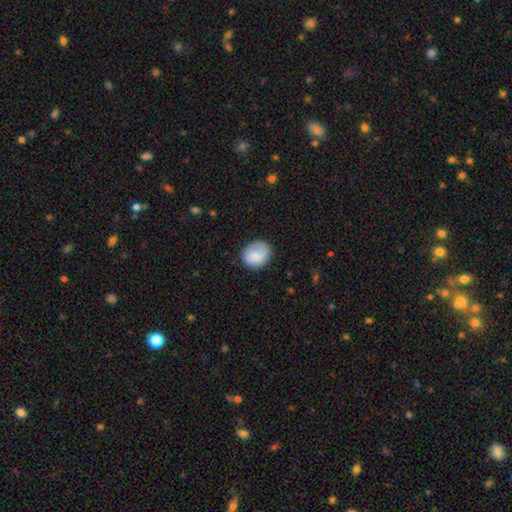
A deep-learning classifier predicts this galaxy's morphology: Smooth or featured? smooth (79%)
How rounded? round (70%)
Merging? none (75%)